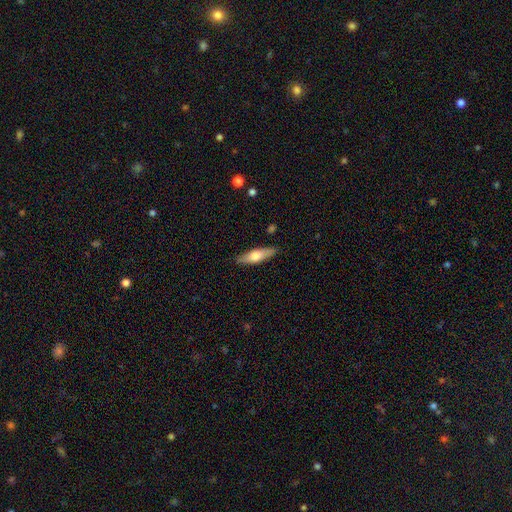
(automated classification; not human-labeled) smooth-or-featured: smooth: 60% | featured or disk: 35% | star or artifact: 5%
  how-rounded: cigar-shaped: 56% | in between: 42% | round: 2%
  merging: none: 88% | minor disturbance: 9% | major disturbance: 2% | merger: 1%